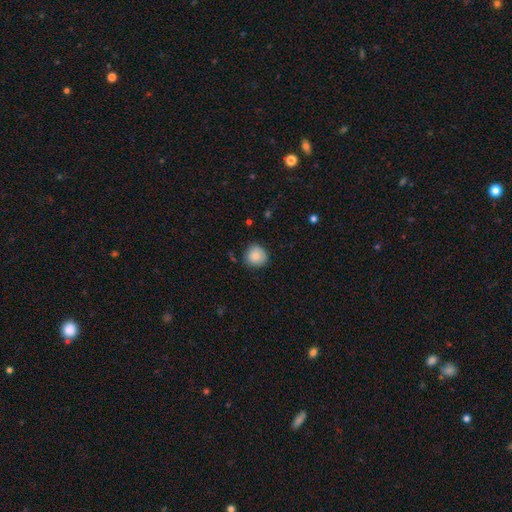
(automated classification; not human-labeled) Q: Smooth or featured?
A: smooth (85%); runner-up: star or artifact (8%)
Q: How rounded?
A: round (91%); runner-up: in between (8%)
Q: Merging?
A: none (82%); runner-up: minor disturbance (14%)